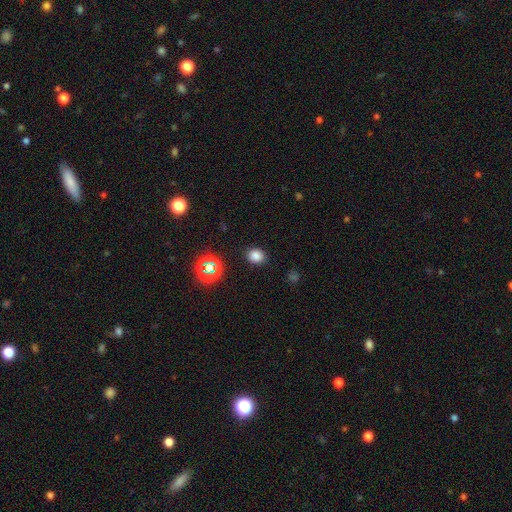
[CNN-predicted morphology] This appears to be a smooth galaxy with no disk features (78%) that is round (64%). Merging: none (88%).